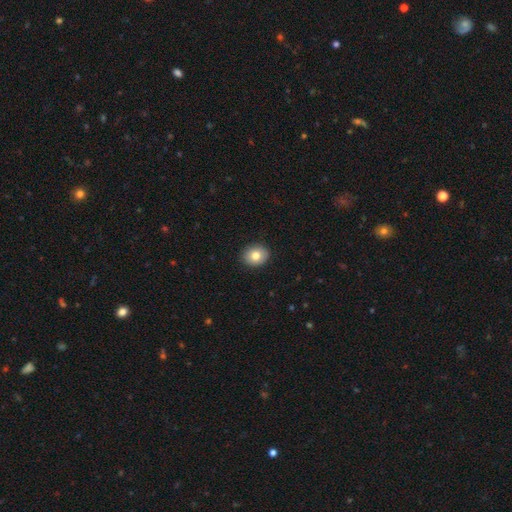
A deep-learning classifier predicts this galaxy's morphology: The model was most divided on "how rounded": round: 58%, in between: 41%, cigar-shaped: 1%. More confident: merging — none (91%); smooth or featured — smooth (80%).